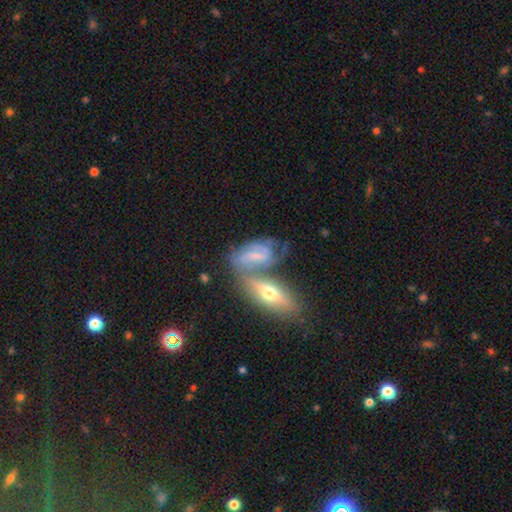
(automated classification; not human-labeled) Overall: featured or disk (66%; smooth 26%). Edge-on disk: no (87%). Bar: weak (42%; no 40%). Spiral arms: yes (83%). Bulge size: small (50%; moderate 29%). Merging: merger (45%; none 31%).